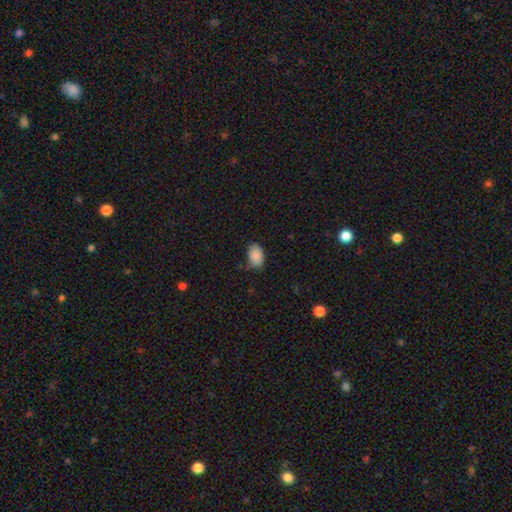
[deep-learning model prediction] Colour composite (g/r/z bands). It shows a smooth galaxy with no disk features (88%) that is in between round and cigar-shaped (89%). Merging: none (71%).